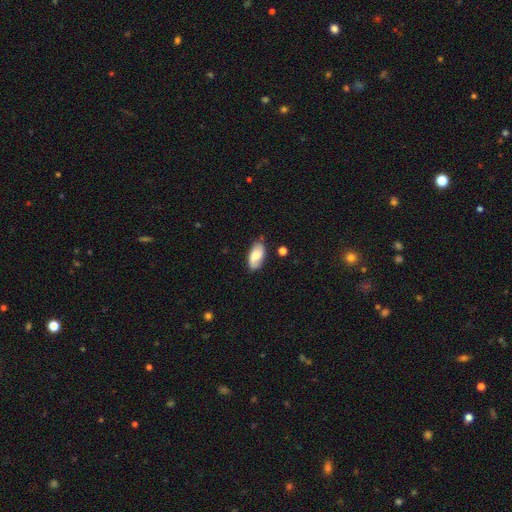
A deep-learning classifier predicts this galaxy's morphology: A smooth galaxy with no disk features (57%) that is in between round and cigar-shaped (92%).

Vote fractions:
- Smooth or featured? smooth: 57% / featured or disk: 36% / star or artifact: 7%
- How rounded? in between: 92% / cigar-shaped: 5% / round: 3%
- Merging? none: 76% / minor disturbance: 17% / major disturbance: 4% / merger: 2%